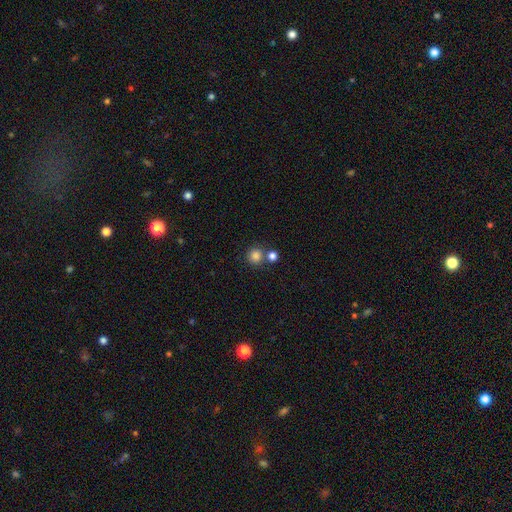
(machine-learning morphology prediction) The model was most divided on "merging": none: 69%, merger: 21%, minor disturbance: 7%, major disturbance: 3%. More confident: how rounded — round (92%); smooth or featured — smooth (83%).